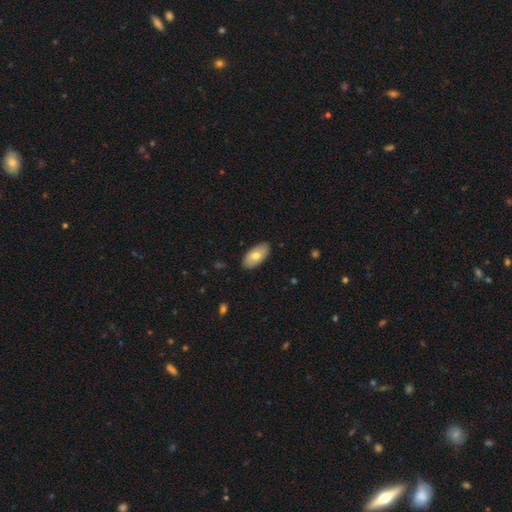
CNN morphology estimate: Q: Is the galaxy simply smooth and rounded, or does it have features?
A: smooth — 69%.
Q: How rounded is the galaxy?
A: in between — 94%.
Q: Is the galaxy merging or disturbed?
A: none — 87%.